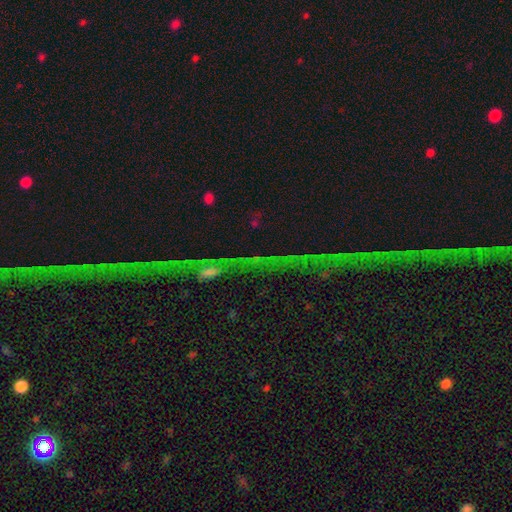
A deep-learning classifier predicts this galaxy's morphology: Overall: star or artifact (63%; featured or disk 25%).